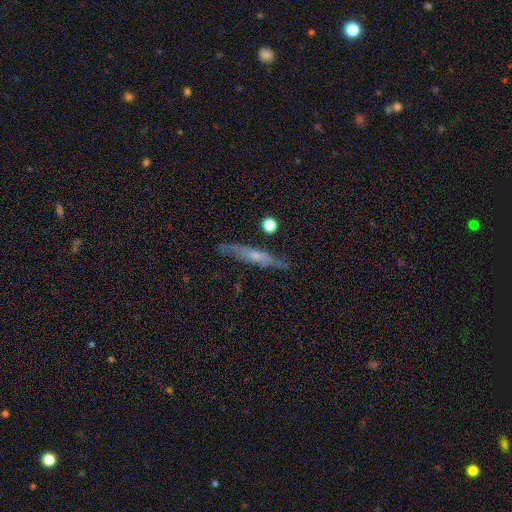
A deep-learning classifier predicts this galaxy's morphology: This appears to be a featured or disk galaxy (59%) viewed edge-on (75%). Merging: none (80%).